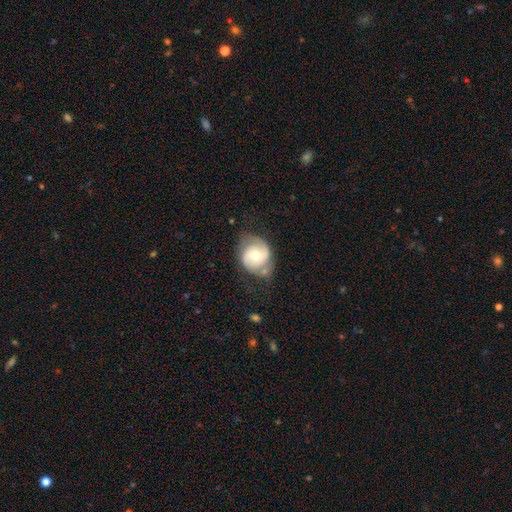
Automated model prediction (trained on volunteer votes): Morphology: type=featured or disk (71%); edge-on=no (98%); bar=no (50%); spiral arms=yes (91%); winding=medium (46%); arm count=2 (83%); bulge=moderate (62%); merging=none (57%).